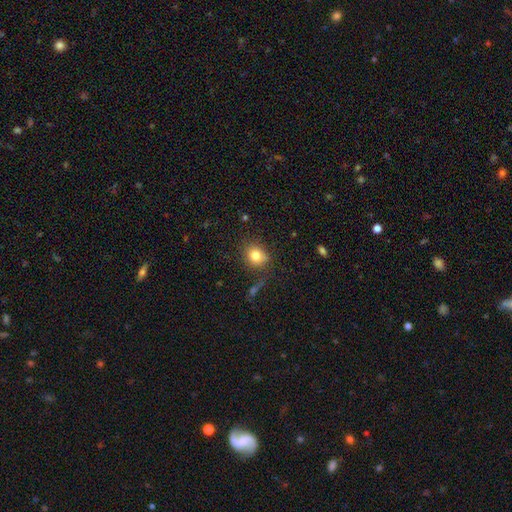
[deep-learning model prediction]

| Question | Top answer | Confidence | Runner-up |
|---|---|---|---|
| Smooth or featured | smooth | 79% | star or artifact (12%) |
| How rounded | round | 73% | in between (26%) |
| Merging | none | 75% | minor disturbance (15%) |